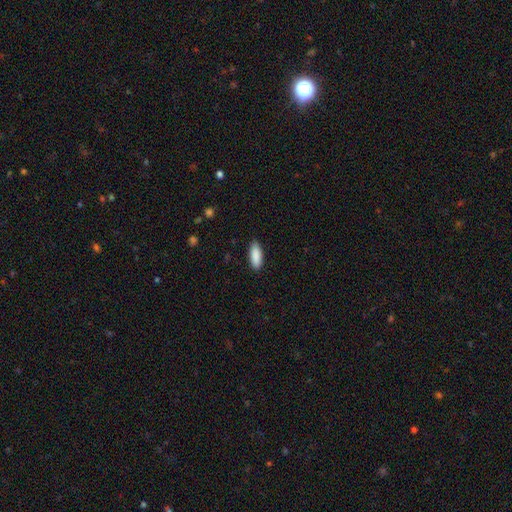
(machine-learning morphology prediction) smooth 90%, star or artifact 6%, featured or disk 4%. Down the decision tree: how rounded — in between (77%); merging — none (87%).